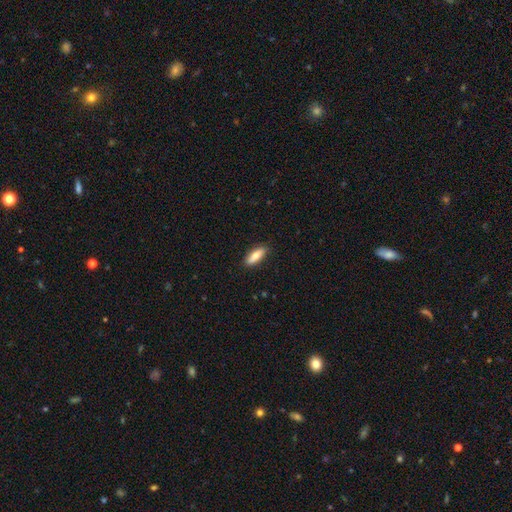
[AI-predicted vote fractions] Smooth or featured? smooth (77%)
How rounded? in between (59%)
Merging? none (89%)